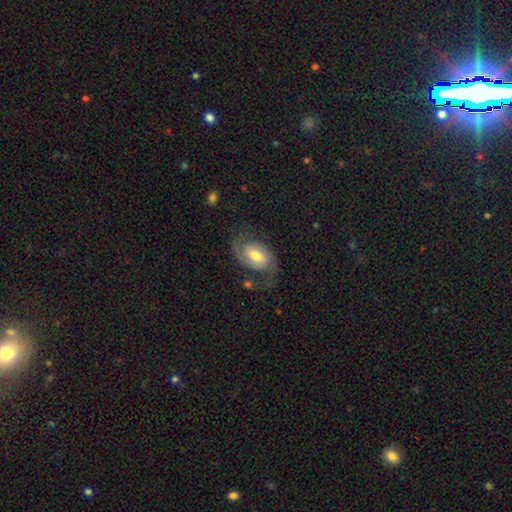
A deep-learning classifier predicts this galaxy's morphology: featured or disk 77%, smooth 17%, star or artifact 6%. Down the decision tree: edge-on disk — no (97%); bar — weak (46%); spiral arms — yes (95%); spiral arm count — 2 (89%); spiral winding — medium (48%); bulge size — moderate (63%); merging — none (65%).